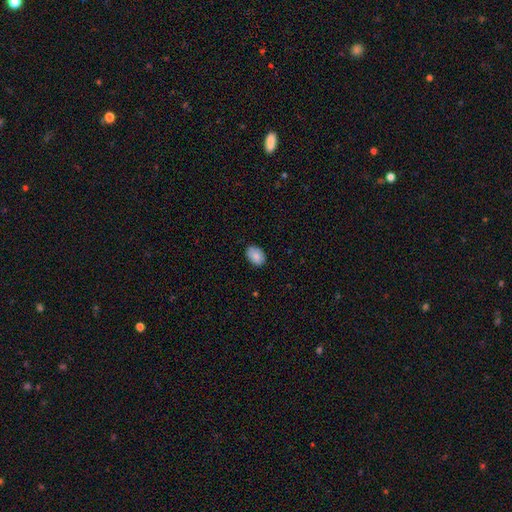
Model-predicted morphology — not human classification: A smooth galaxy with no disk features (86%) that is in between round and cigar-shaped (83%). Merging: none (86%).